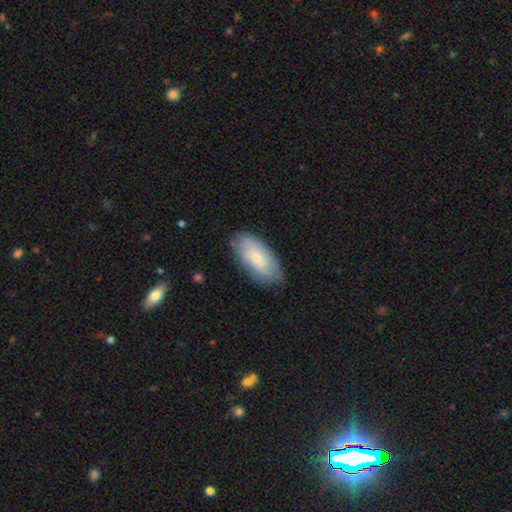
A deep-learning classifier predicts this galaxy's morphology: type=smooth (57%); roundness=in between (90%); merging=none (78%).